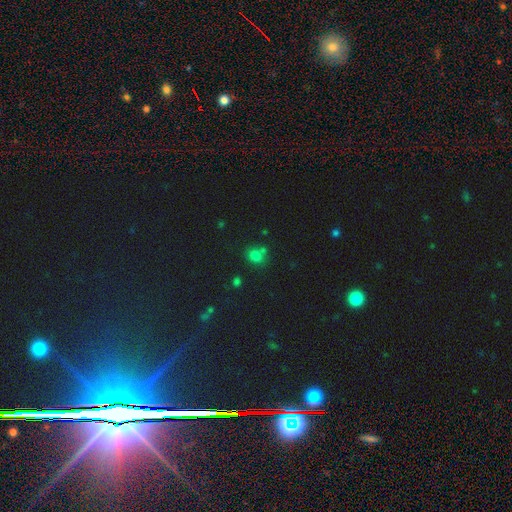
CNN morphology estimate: Smooth or featured?
  - smooth: 72% *
  - star or artifact: 20%
  - featured or disk: 7%
How rounded?
  - round: 63% *
  - in between: 36%
  - cigar-shaped: 1%
Merging?
  - none: 58% *
  - merger: 24%
  - minor disturbance: 13%
  - major disturbance: 5%